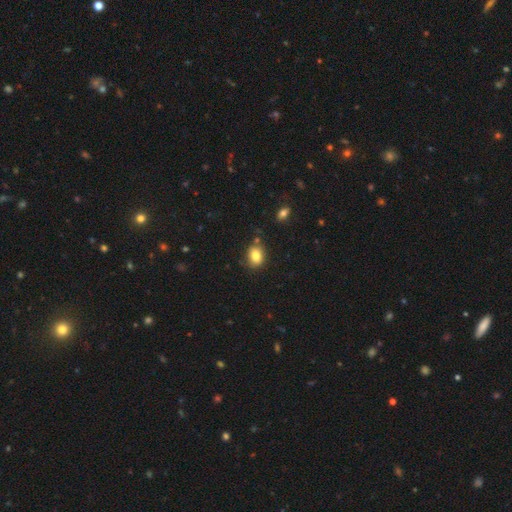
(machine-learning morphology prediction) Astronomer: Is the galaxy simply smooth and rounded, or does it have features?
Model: smooth — 82%.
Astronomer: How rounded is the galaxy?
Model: in between — 59% (runner-up: round, 40%).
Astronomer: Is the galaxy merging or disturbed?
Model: none — 77%.